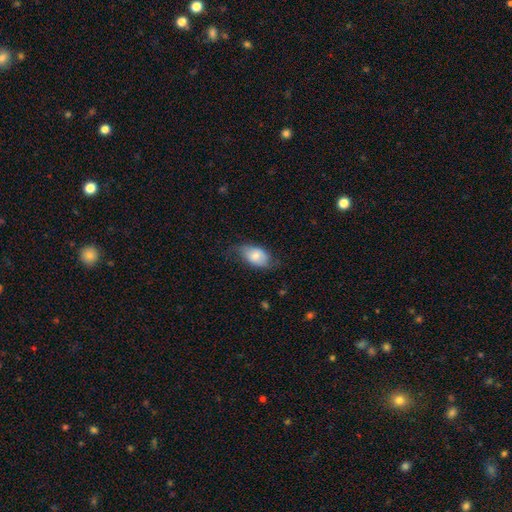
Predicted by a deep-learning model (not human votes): Morphology: type=smooth (70%); roundness=in between (88%); merging=none (59%).